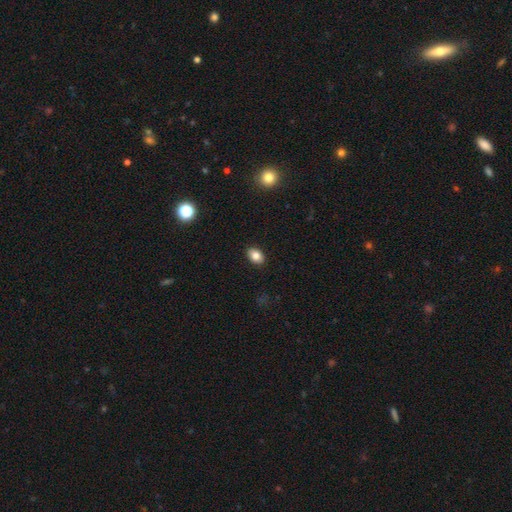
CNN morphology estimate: Smooth or featured? Predicted: smooth (p=0.83). How rounded? Predicted: in between (p=0.80). Merging? Predicted: none (p=0.90).